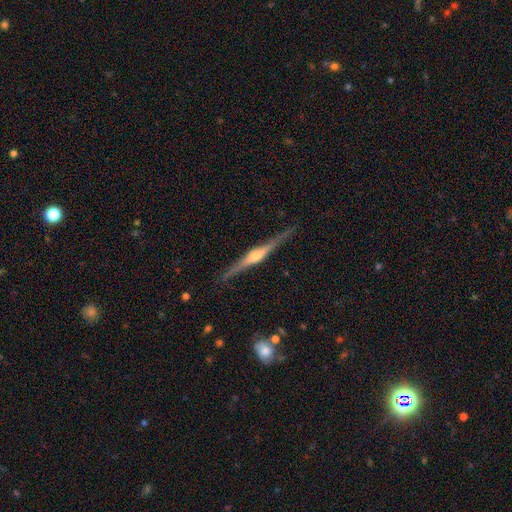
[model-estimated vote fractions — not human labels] A featured or disk galaxy (82%) viewed edge-on (98%) with a rounded central bulge (79%).

Vote fractions:
- Smooth or featured? featured or disk: 82% / smooth: 13% / star or artifact: 5%
- Edge-on disk? yes: 98% / no: 2%
- Edge-on bulge? rounded: 79% / boxy: 14% / none: 7%
- Merging? none: 88% / minor disturbance: 9% / major disturbance: 2% / merger: 1%